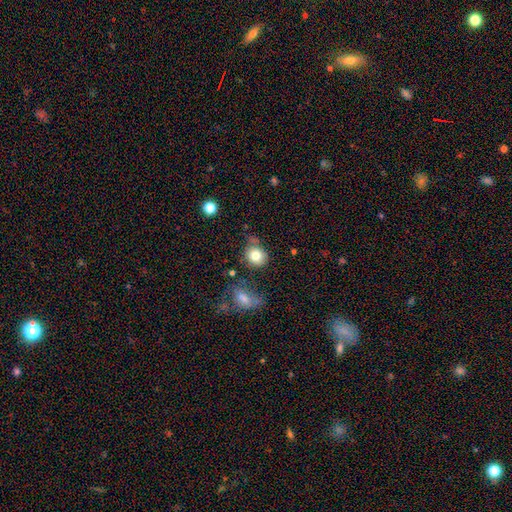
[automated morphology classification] The model was most divided on "merging": none: 58%, minor disturbance: 22%, merger: 11%, major disturbance: 8%. More confident: smooth or featured — smooth (80%); how rounded — round (70%).